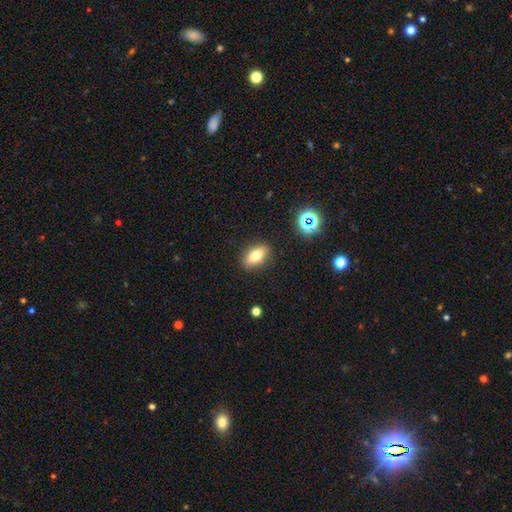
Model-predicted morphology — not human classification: smooth-or-featured: smooth: 69% | featured or disk: 20% | star or artifact: 11%
  how-rounded: in between: 77% | cigar-shaped: 17% | round: 7%
  merging: none: 86% | minor disturbance: 9% | major disturbance: 2% | merger: 2%